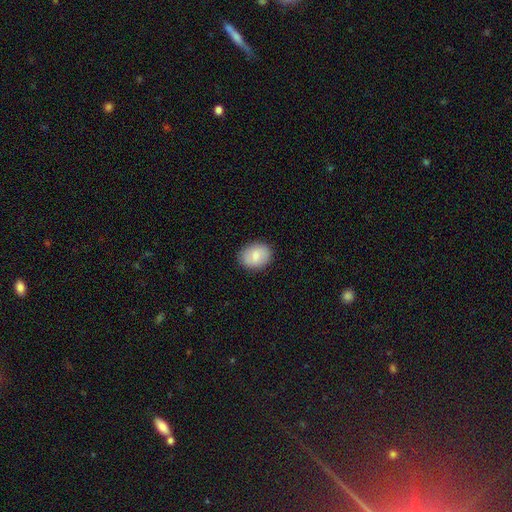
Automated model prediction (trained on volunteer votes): Q: Smooth or featured?
A: smooth (81%); runner-up: featured or disk (12%)
Q: How rounded?
A: in between (56%); runner-up: round (43%)
Q: Merging?
A: none (88%); runner-up: minor disturbance (9%)